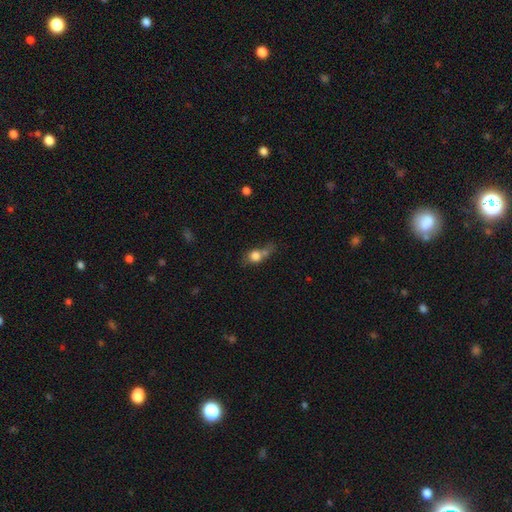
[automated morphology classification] The model was most divided on "merging": merger: 33%, none: 31%, minor disturbance: 19%, major disturbance: 18%. More confident: smooth or featured — smooth (73%); how rounded — round (57%).